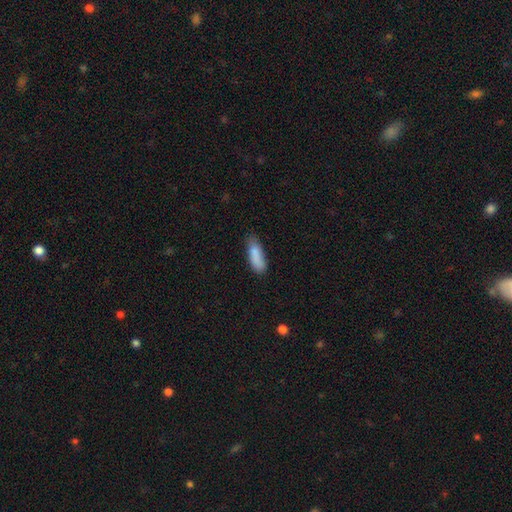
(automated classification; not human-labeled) Smooth or featured? Predicted: smooth (p=0.85). How rounded? Predicted: in between (p=0.60). Merging? Predicted: none (p=0.62).